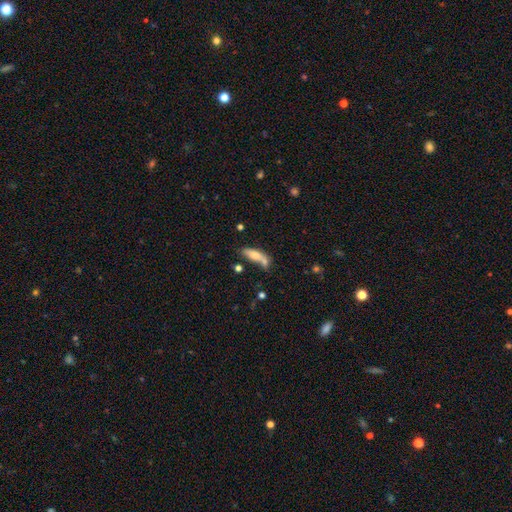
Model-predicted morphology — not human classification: Smooth or featured?
  - smooth: 73% *
  - featured or disk: 19%
  - star or artifact: 8%
How rounded?
  - in between: 49% *
  - cigar-shaped: 48%
  - round: 3%
Merging?
  - none: 41% *
  - merger: 32%
  - minor disturbance: 18%
  - major disturbance: 8%